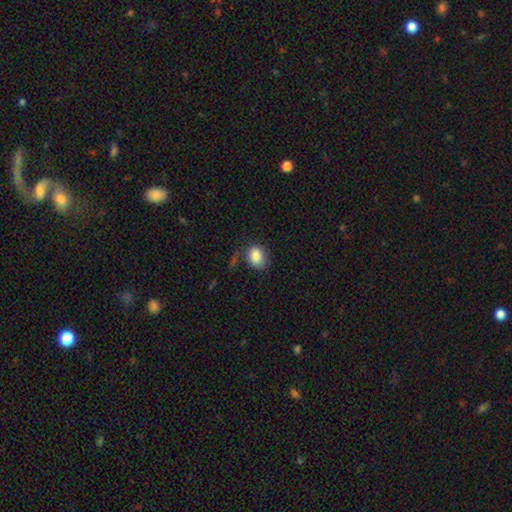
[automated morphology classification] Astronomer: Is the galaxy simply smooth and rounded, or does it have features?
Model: smooth — 84%.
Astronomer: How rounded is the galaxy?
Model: in between — 50% (runner-up: round, 49%).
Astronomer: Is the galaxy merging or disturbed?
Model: none — 64%.